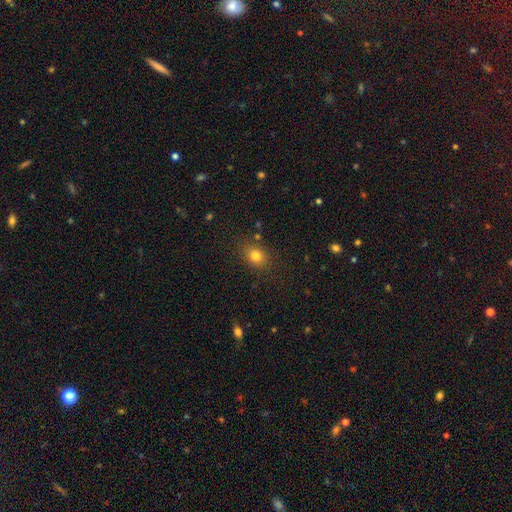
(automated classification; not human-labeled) Smooth or featured? smooth (80%)
How rounded? round (55%)
Merging? none (82%)